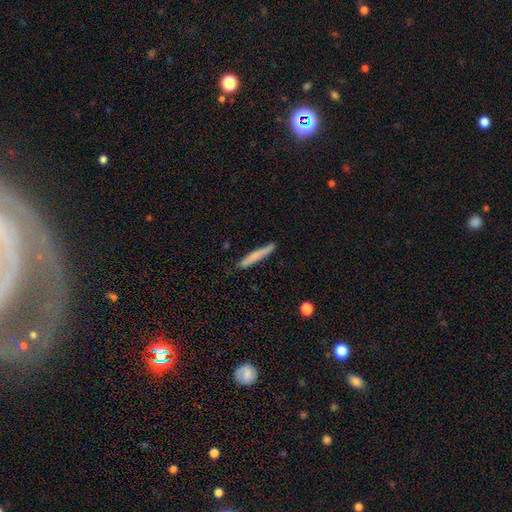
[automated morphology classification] Q: Smooth or featured?
A: smooth (72%); runner-up: featured or disk (22%)
Q: How rounded?
A: cigar-shaped (95%); runner-up: in between (3%)
Q: Merging?
A: none (85%); runner-up: minor disturbance (11%)